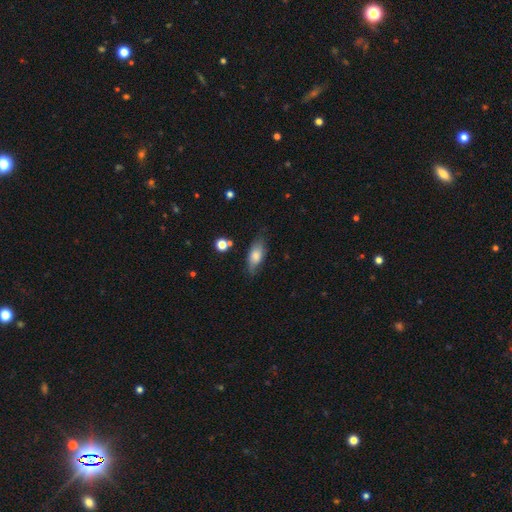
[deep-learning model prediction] This is likely a smooth galaxy (70%). How rounded: clearly in between (80%). Merging: likely none (70%).